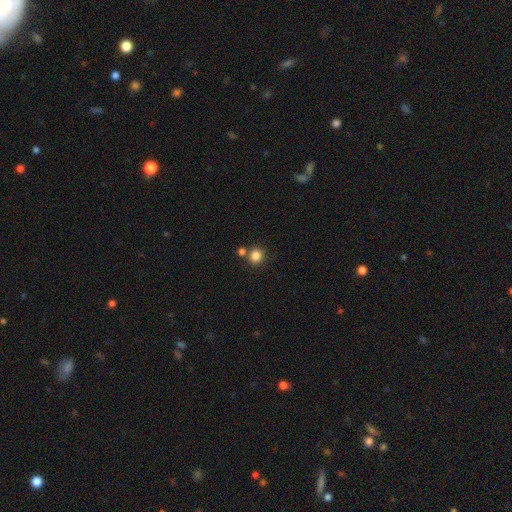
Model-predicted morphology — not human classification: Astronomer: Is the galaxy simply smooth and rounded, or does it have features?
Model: smooth — 84%.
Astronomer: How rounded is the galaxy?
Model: round — 88%.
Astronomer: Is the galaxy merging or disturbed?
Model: none — 72%.